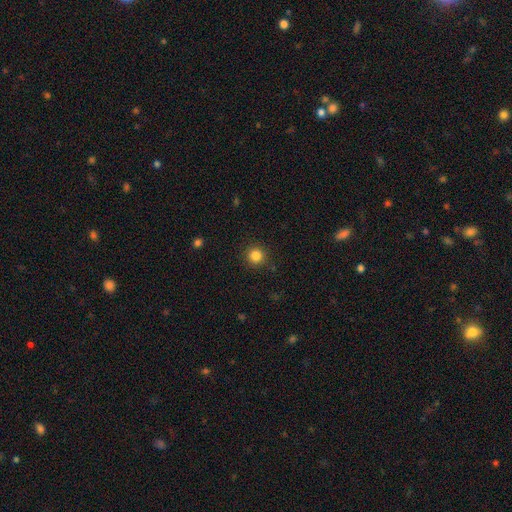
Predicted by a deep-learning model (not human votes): Q: Smooth or featured?
A: smooth (84%); runner-up: star or artifact (12%)
Q: How rounded?
A: round (94%); runner-up: in between (5%)
Q: Merging?
A: none (91%); runner-up: minor disturbance (6%)